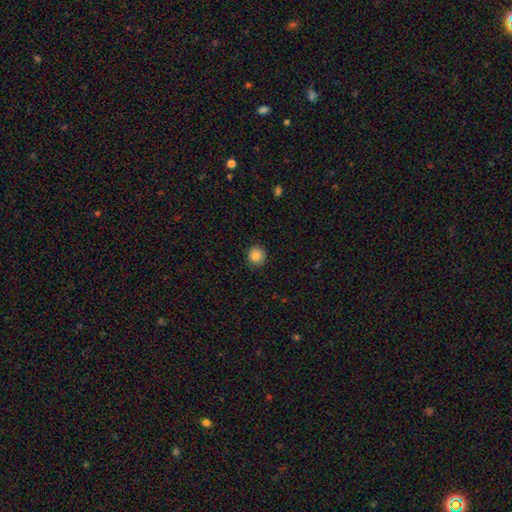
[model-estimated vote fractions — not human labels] This is clearly a smooth galaxy (86%). How rounded: clearly round (89%). Merging: clearly none (90%).